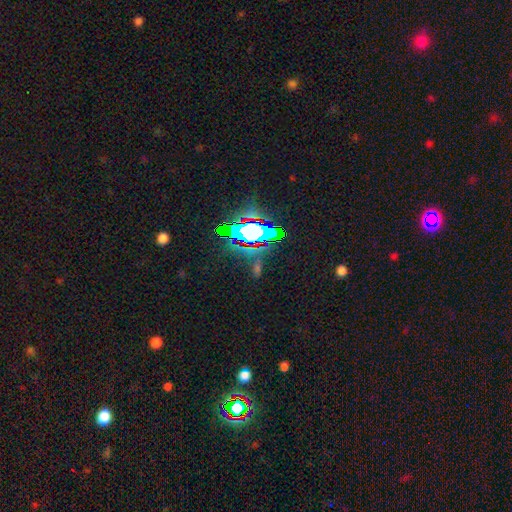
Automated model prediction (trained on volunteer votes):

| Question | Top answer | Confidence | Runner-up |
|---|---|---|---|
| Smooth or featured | star or artifact | 77% | smooth (13%) |